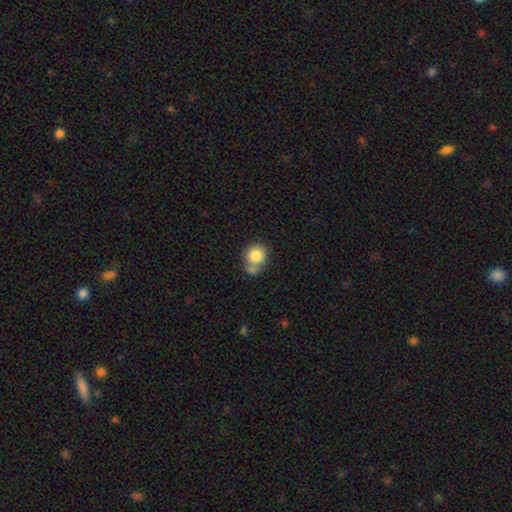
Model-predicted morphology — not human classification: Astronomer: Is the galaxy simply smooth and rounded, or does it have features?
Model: smooth — 81%.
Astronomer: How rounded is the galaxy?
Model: round — 80%.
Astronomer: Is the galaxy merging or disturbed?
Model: none — 47% (runner-up: merger, 33%).